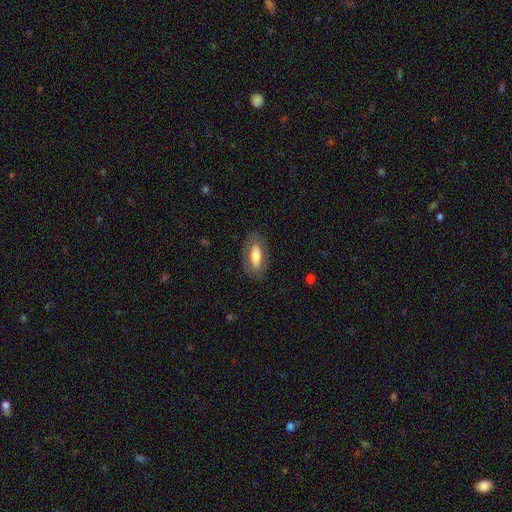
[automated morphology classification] This is possibly a smooth galaxy (59%). How rounded: clearly in between (84%). Merging: clearly none (82%).